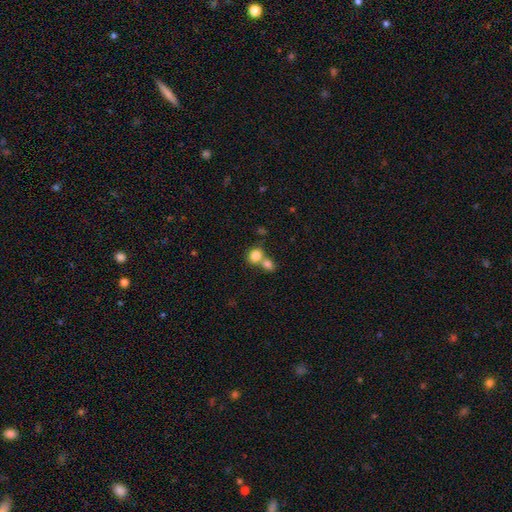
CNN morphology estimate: smooth 82%, star or artifact 10%, featured or disk 8%. Down the decision tree: how rounded — round (61%); merging — merger (54%).